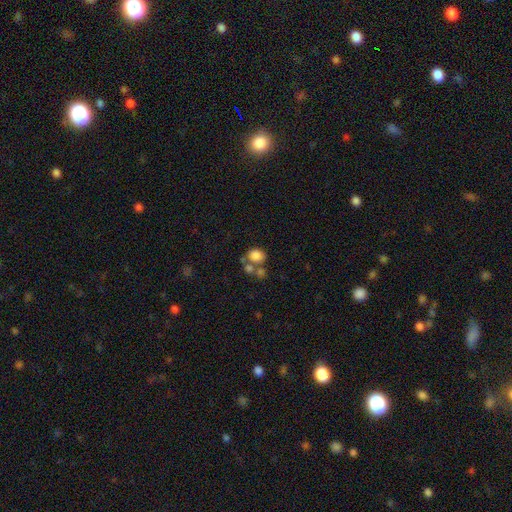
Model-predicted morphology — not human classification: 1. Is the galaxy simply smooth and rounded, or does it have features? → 79% smooth, 11% star or artifact, 10% featured or disk.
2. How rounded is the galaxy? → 60% round, 39% in between, 1% cigar-shaped.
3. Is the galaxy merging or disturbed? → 44% none, 37% merger, 11% minor disturbance, 7% major disturbance.